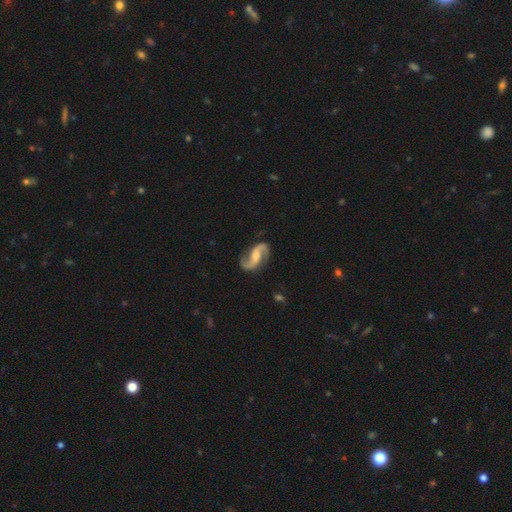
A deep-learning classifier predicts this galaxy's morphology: smooth_or_featured: featured or disk (p=0.91) [alt: smooth p=0.05]
disk_edge_on: no (p=0.98) [alt: yes p=0.02]
bar: no (p=0.41) [tied with: weak p=0.41]
has_spiral_arms: yes (p=0.98) [alt: no p=0.02]
spiral_winding: loose (p=0.55) [alt: medium p=0.36]
spiral_arm_count: 2 (p=0.94) [alt: can't tell p=0.01]
bulge_size: moderate (p=0.49) [alt: small p=0.37]
merging: none (p=0.82) [alt: minor disturbance p=0.12]